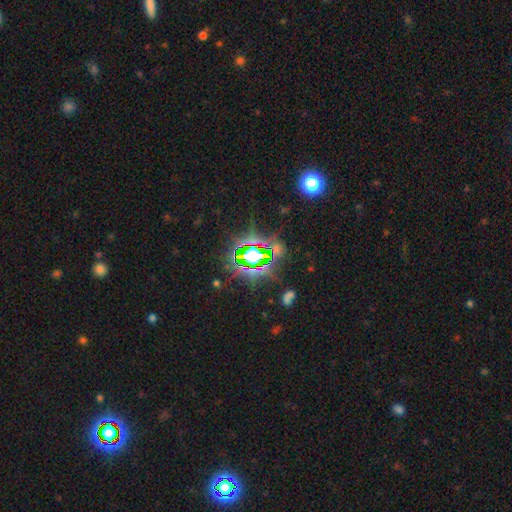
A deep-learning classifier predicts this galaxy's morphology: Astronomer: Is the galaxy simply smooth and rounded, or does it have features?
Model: star or artifact — 81%.